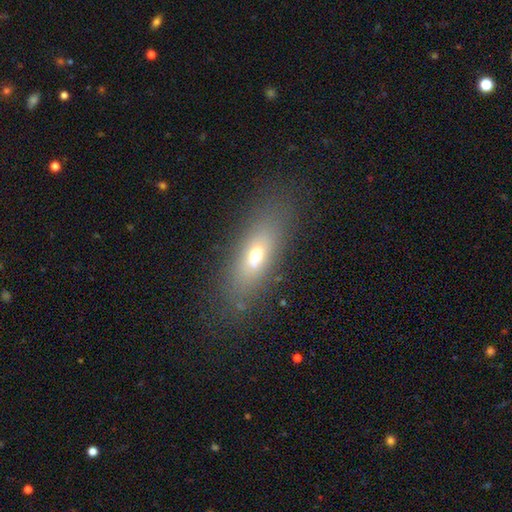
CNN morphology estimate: A smooth galaxy with no disk features (59%) that is in between round and cigar-shaped (60%). Merging: none (79%).